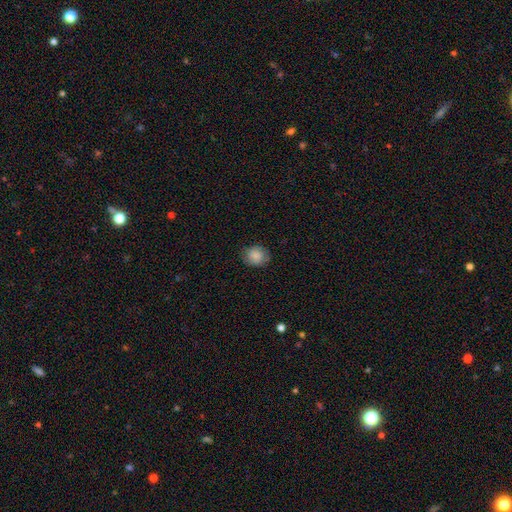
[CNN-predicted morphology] Smooth or featured?
  - smooth: 85% *
  - star or artifact: 8%
  - featured or disk: 7%
How rounded?
  - round: 72% *
  - in between: 27%
  - cigar-shaped: 1%
Merging?
  - none: 81% *
  - minor disturbance: 15%
  - major disturbance: 4%
  - merger: 1%